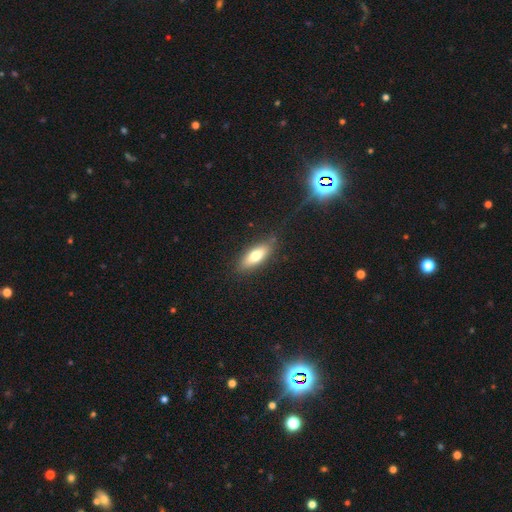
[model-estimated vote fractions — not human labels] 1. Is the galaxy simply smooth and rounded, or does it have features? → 70% smooth, 23% featured or disk, 7% star or artifact.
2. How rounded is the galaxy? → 66% in between, 31% cigar-shaped, 3% round.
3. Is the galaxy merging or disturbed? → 82% none, 13% minor disturbance, 3% major disturbance, 2% merger.